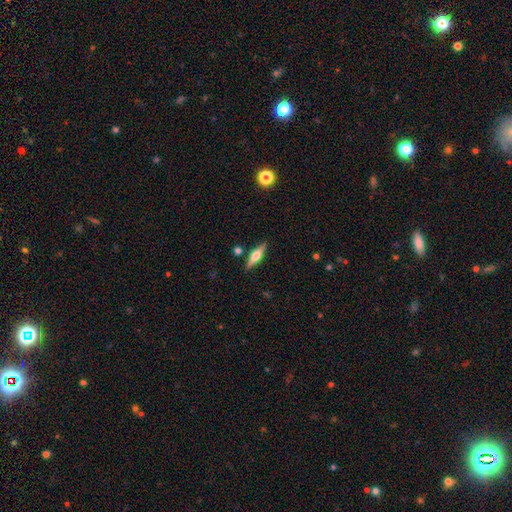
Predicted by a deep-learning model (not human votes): Overall: featured or disk (60%; smooth 34%). Edge-on disk: yes (95%). Edge-on bulge: rounded (92%). Merging: none (87%).